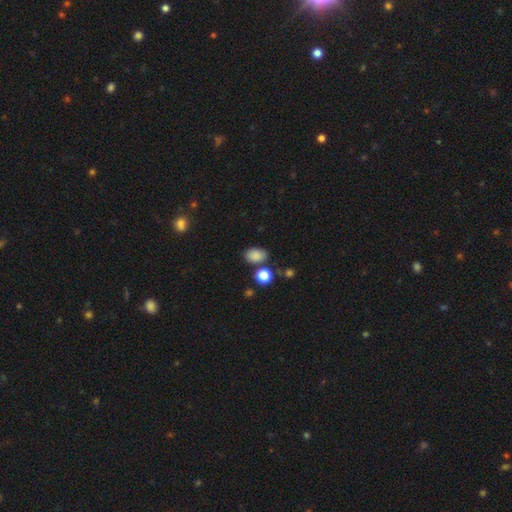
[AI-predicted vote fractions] This is clearly a smooth galaxy (85%). How rounded: clearly in between (80%). Merging: likely none (75%).